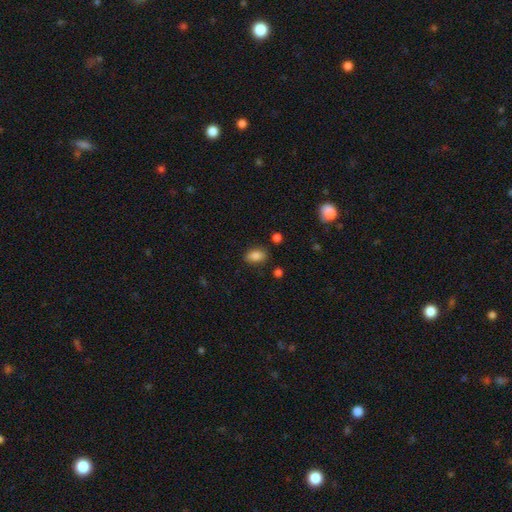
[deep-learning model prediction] Smooth or featured: smooth — 84% (star or artifact — 9%)
How rounded: in between — 88% (round — 9%)
Merging: none — 83% (minor disturbance — 12%)